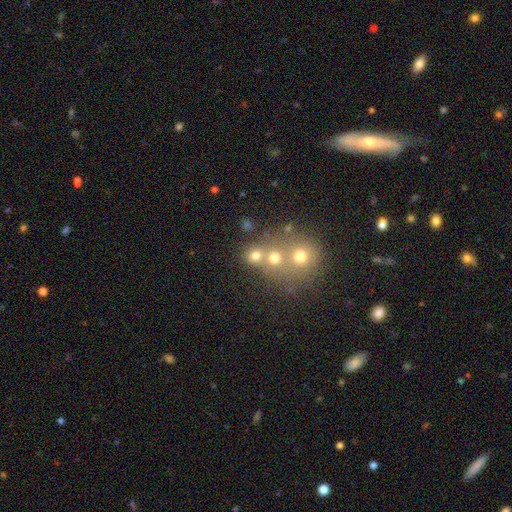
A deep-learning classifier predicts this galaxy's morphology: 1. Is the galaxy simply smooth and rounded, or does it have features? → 69% smooth, 18% star or artifact, 13% featured or disk.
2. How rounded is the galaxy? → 82% round, 17% in between, 1% cigar-shaped.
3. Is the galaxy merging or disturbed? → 50% none, 39% merger, 7% minor disturbance, 4% major disturbance.